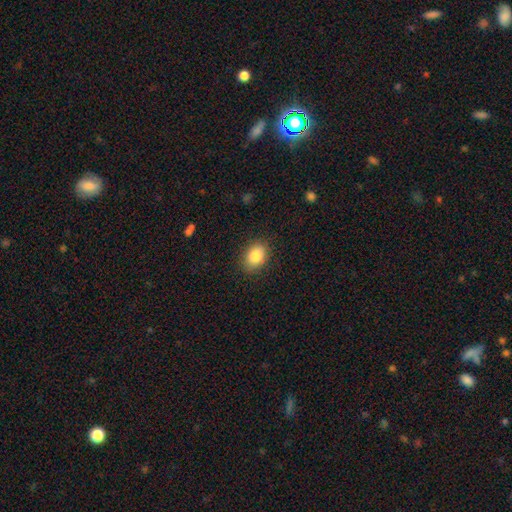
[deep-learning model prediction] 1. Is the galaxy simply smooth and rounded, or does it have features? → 86% smooth, 8% star or artifact, 6% featured or disk.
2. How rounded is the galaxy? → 79% in between, 20% round, 1% cigar-shaped.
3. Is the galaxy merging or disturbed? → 87% none, 10% minor disturbance, 3% major disturbance, 1% merger.